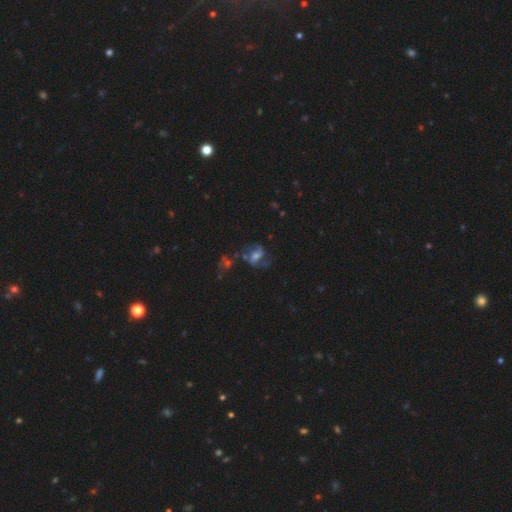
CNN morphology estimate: The model was most divided on "spiral winding": medium: 44%, loose: 43%, tight: 13%. Remaining: edge-on disk — no (97%); spiral arms — yes (85%); spiral arm count — 2 (72%); smooth or featured — featured or disk (67%); bulge size — moderate (46%); bar — weak (43%); merging — none (41%).